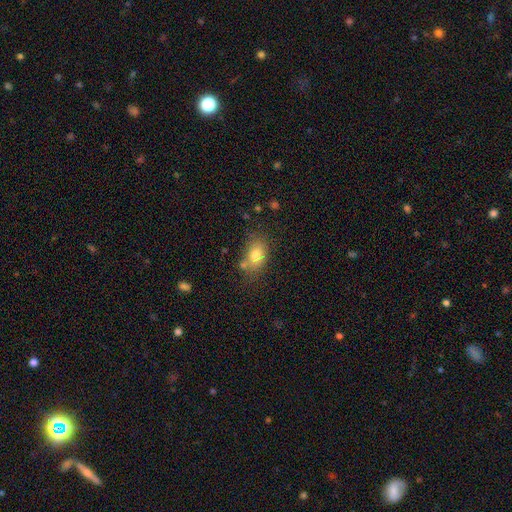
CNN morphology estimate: A smooth galaxy with no disk features (78%) that is in between round and cigar-shaped (78%). Merging: none (62%).